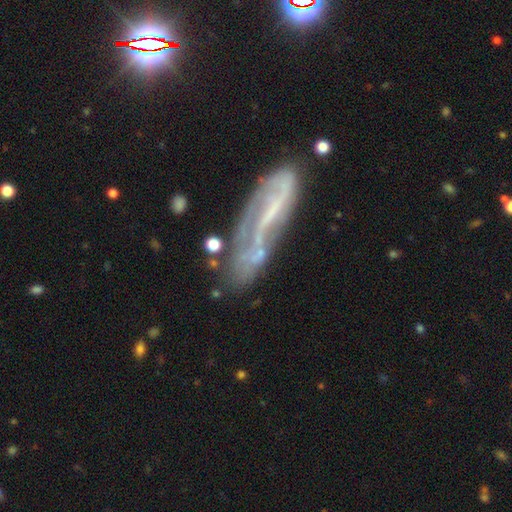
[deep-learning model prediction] Smooth or featured? Predicted: featured or disk (p=0.64). Edge-on disk? Predicted: no (p=0.81). Bar? Predicted: no (p=0.39). Spiral arms? Predicted: yes (p=0.54). Bulge size? Predicted: none (p=0.55). Merging? Predicted: none (p=0.51).